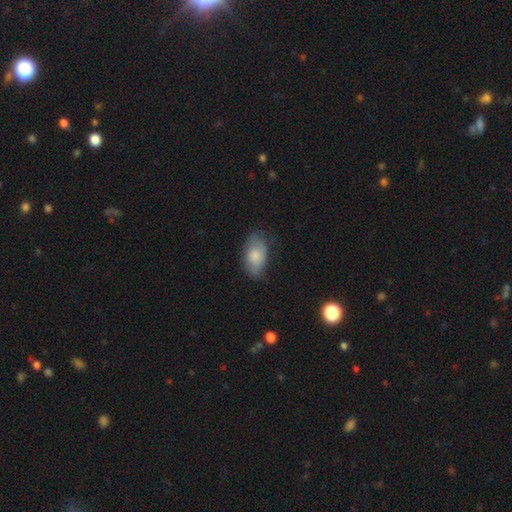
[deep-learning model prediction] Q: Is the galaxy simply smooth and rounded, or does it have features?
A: smooth — 76%.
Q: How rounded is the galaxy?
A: in between — 93%.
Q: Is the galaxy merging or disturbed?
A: none — 63%.